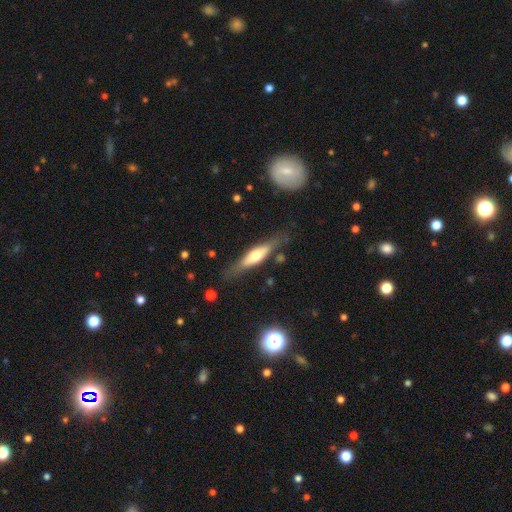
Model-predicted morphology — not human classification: Smooth or featured: featured or disk — 49% (smooth — 46%)
Merging: none — 76% (minor disturbance — 16%)